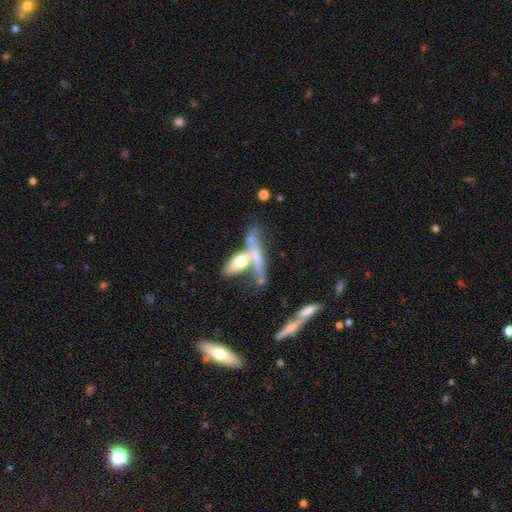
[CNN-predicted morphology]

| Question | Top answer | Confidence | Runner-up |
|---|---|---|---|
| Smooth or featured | smooth | 50% | featured or disk (42%) |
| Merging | merger | 50% | none (26%) |